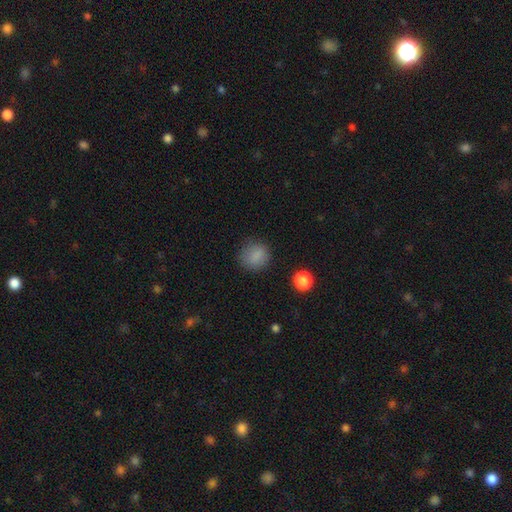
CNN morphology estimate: This is clearly a smooth galaxy (85%). How rounded: clearly round (83%). Merging: clearly none (83%).